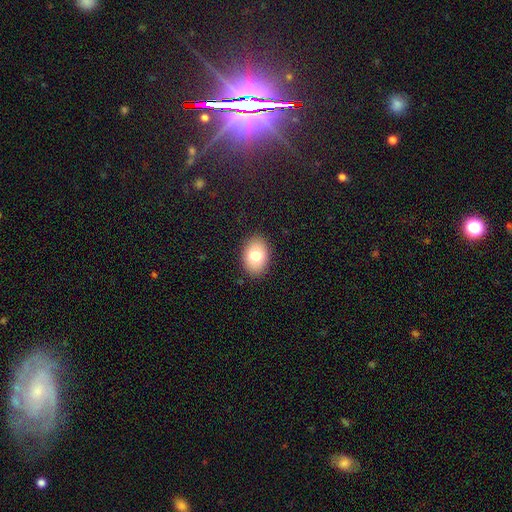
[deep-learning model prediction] smooth_or_featured: smooth (p=0.78) [alt: featured or disk p=0.14]
how_rounded: in between (p=0.82) [alt: round p=0.17]
merging: none (p=0.89) [alt: minor disturbance p=0.08]